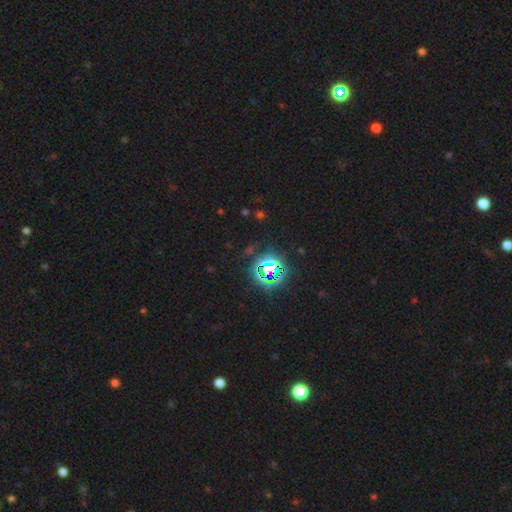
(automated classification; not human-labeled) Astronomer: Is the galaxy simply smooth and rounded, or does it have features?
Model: star or artifact — 76%.